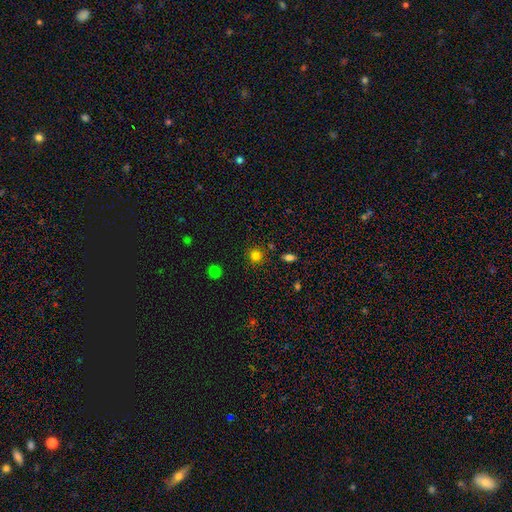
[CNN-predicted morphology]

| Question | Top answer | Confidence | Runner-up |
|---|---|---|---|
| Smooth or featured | smooth | 80% | star or artifact (14%) |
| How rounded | round | 92% | in between (7%) |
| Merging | none | 87% | minor disturbance (8%) |